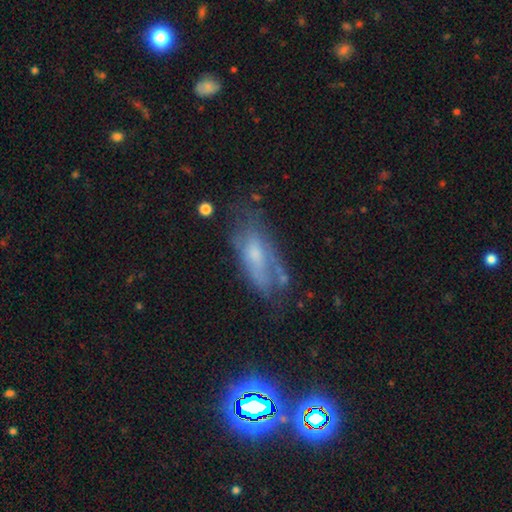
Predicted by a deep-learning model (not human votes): Q: Smooth or featured?
A: featured or disk (48%); runner-up: smooth (42%)
Q: Merging?
A: none (47%); runner-up: minor disturbance (29%)